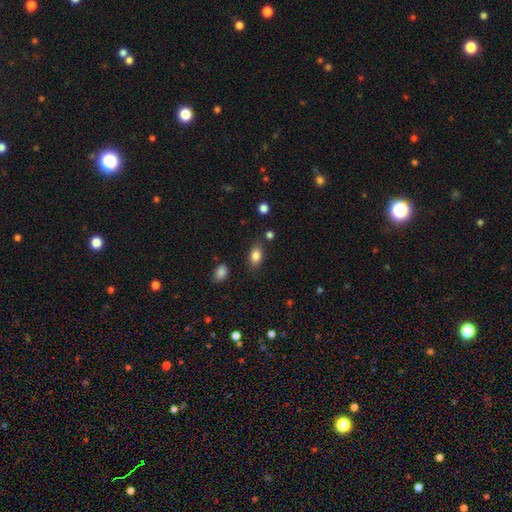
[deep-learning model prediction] smooth_or_featured: smooth (p=0.84) [alt: star or artifact p=0.09]
how_rounded: in between (p=0.86) [alt: round p=0.11]
merging: none (p=0.78) [alt: minor disturbance p=0.14]